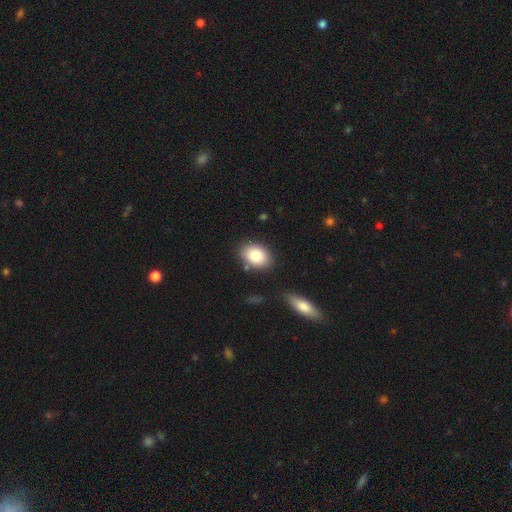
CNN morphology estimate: A smooth galaxy with no disk features (83%) that is in between round and cigar-shaped (77%). Merging: none (81%).